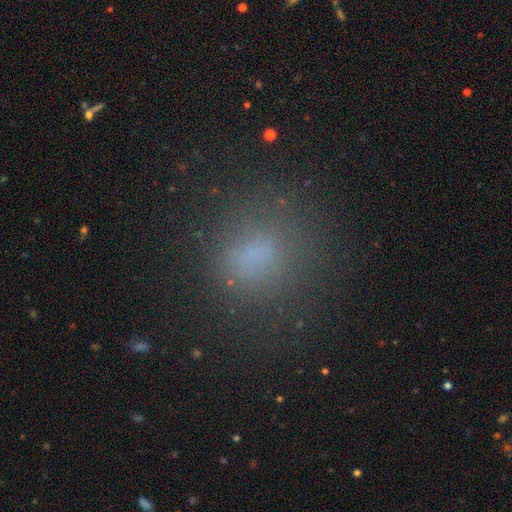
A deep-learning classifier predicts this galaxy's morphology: This is likely a smooth galaxy (69%). How rounded: likely round (69%). Merging: likely none (75%).